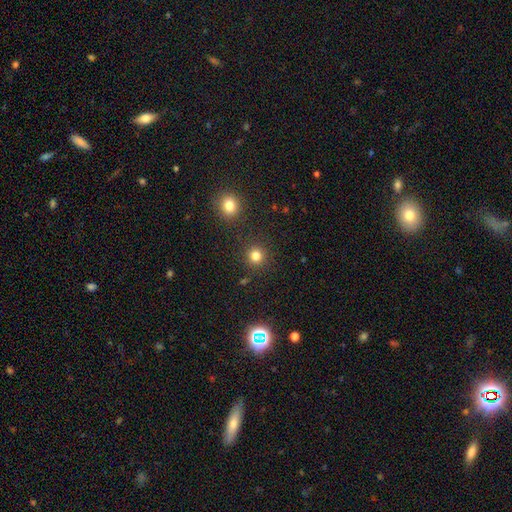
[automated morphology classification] This appears to be a smooth galaxy with no disk features (80%) that is round (93%). Merging: none (89%).